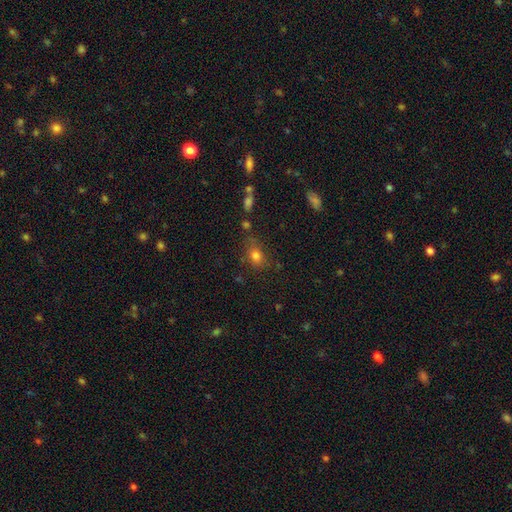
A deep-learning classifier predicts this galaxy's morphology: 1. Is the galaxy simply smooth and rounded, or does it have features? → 77% smooth, 14% star or artifact, 9% featured or disk.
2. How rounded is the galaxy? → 56% in between, 42% round, 2% cigar-shaped.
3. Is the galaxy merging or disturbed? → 65% none, 21% minor disturbance, 8% major disturbance, 7% merger.